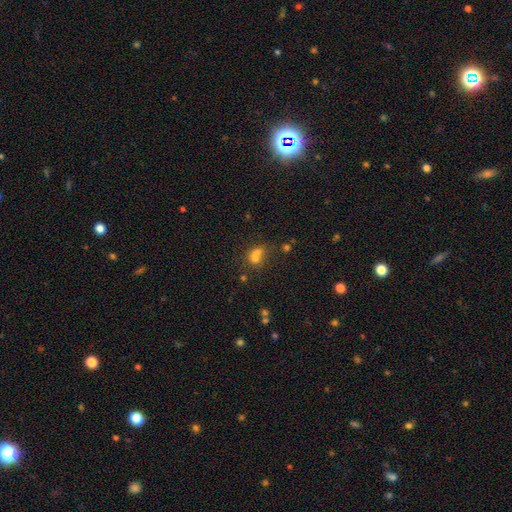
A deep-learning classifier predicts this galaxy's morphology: smooth-or-featured: smooth: 65% | star or artifact: 18% | featured or disk: 17%
  how-rounded: round: 60% | in between: 38% | cigar-shaped: 2%
  merging: merger: 60% | none: 27% | minor disturbance: 8% | major disturbance: 5%